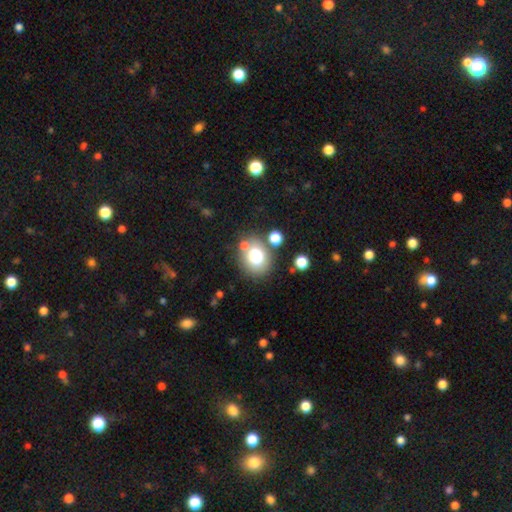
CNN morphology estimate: Overall: smooth (78%). How rounded: round (59%; in between 40%). Merging: none (67%).